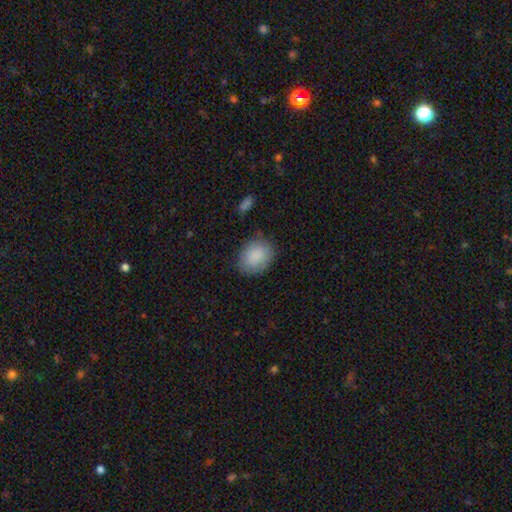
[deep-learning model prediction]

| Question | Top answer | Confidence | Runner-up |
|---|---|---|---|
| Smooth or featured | smooth | 87% | star or artifact (7%) |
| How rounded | in between | 57% | round (42%) |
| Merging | none | 79% | minor disturbance (15%) |